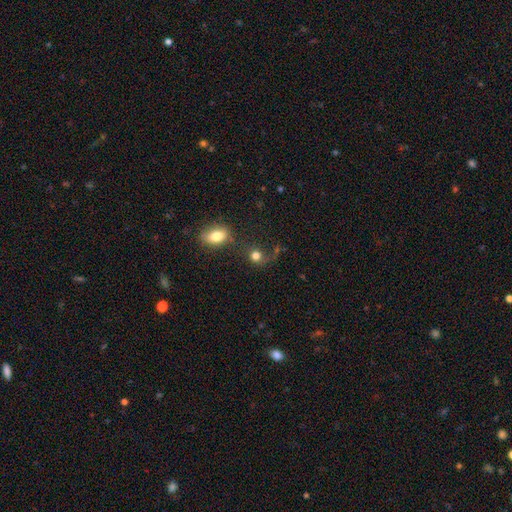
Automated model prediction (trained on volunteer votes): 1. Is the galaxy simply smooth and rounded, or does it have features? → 79% smooth, 13% star or artifact, 8% featured or disk.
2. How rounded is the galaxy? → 76% round, 22% in between, 1% cigar-shaped.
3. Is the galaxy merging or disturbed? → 54% none, 16% minor disturbance, 16% merger, 14% major disturbance.